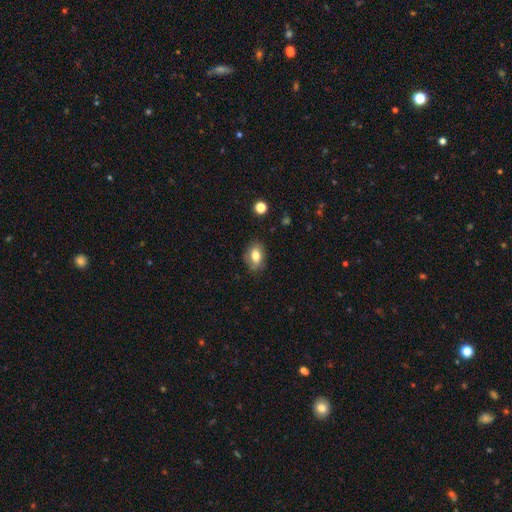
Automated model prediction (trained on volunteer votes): Overall: smooth (72%). How rounded: in between (82%). Merging: none (78%).